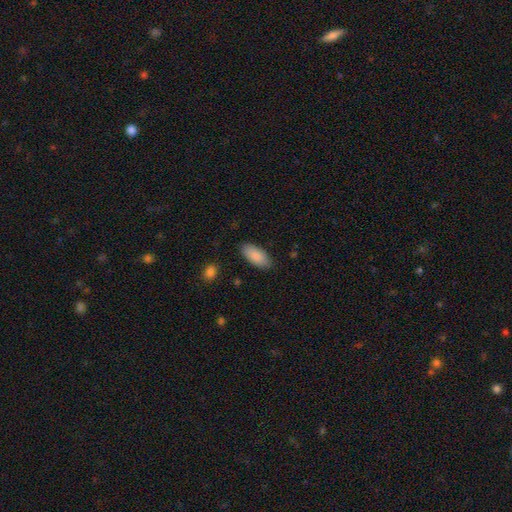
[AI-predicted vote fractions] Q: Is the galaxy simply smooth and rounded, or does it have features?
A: smooth — 89%.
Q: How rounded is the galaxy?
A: in between — 90%.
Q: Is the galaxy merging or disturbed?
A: none — 87%.